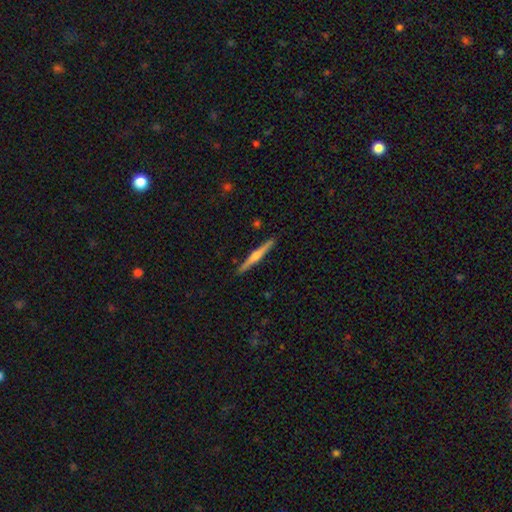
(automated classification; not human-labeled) This is likely a featured or disk galaxy (65%). It is clearly viewed edge-on (98%). Edge-on bulge: clearly rounded (83%). Merging: clearly none (91%).